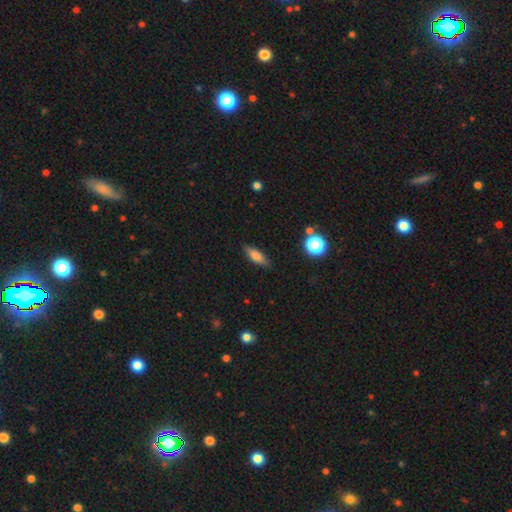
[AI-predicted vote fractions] This appears to be a smooth galaxy with no disk features (73%) that is in between round and cigar-shaped (58%). Merging: none (85%).